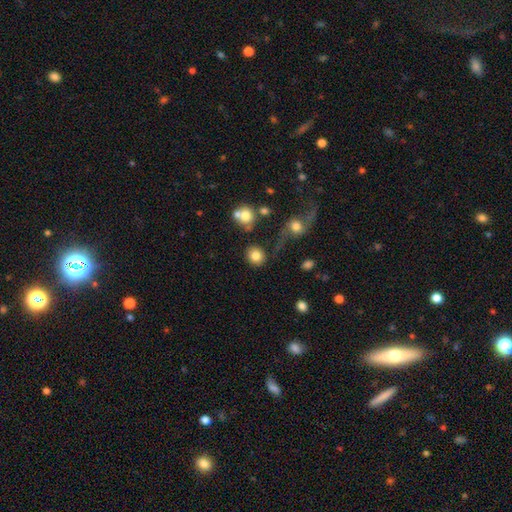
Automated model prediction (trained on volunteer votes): The model was most divided on "how rounded": round: 82%, in between: 16%, cigar-shaped: 1%. More confident: smooth or featured — smooth (82%); merging — none (77%).